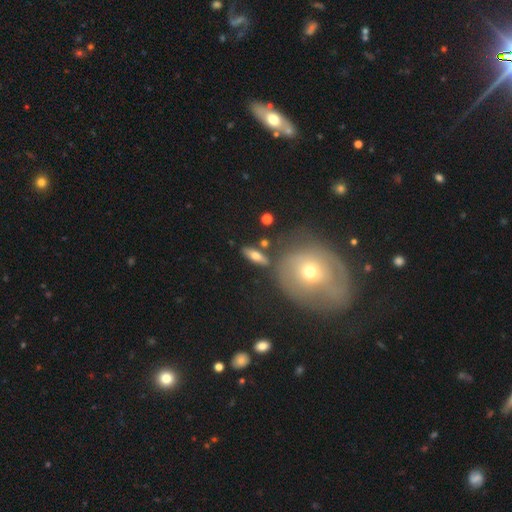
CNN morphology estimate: Smooth or featured? Predicted: smooth (p=0.58). How rounded? Predicted: in between (p=0.55). Merging? Predicted: none (p=0.78).